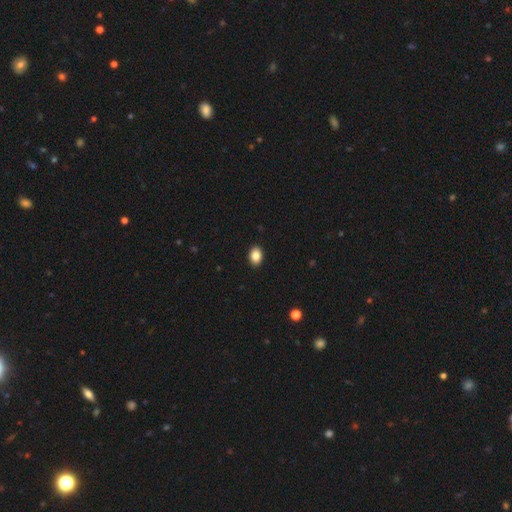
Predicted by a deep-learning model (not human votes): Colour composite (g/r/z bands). It shows a smooth galaxy with no disk features (86%) that is in between round and cigar-shaped (79%). Merging: none (91%).